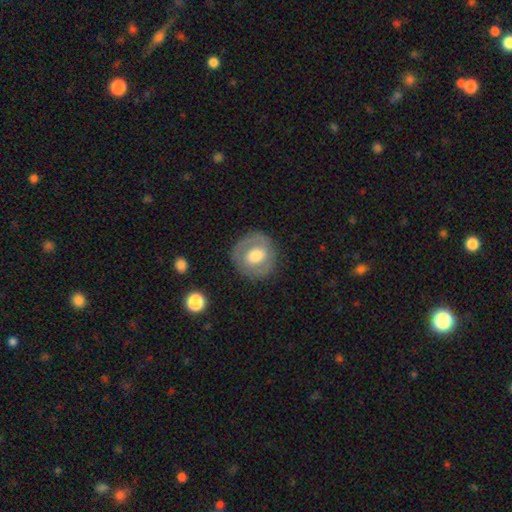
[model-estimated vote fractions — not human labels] Q: Smooth or featured?
A: featured or disk (47%); tied with: smooth (47%)
Q: Merging?
A: none (82%); runner-up: minor disturbance (12%)